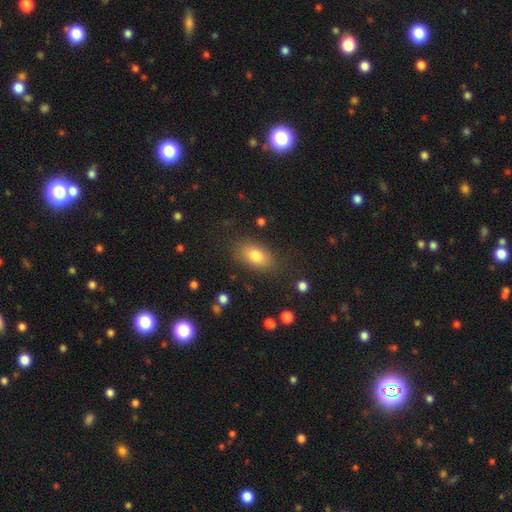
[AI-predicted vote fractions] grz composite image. It shows a smooth galaxy with no disk features (79%) that is in between round and cigar-shaped (87%). Merging: none (81%).